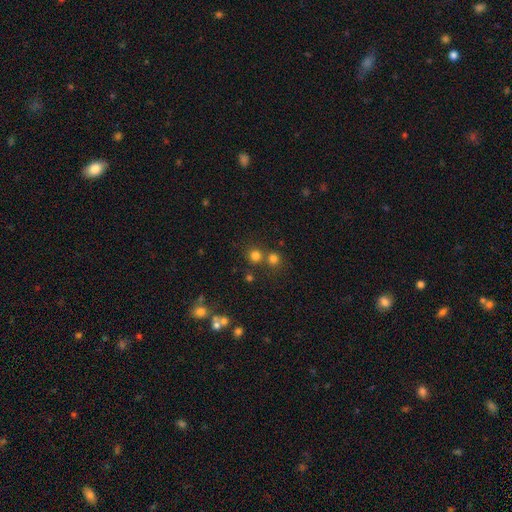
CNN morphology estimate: A smooth galaxy with no disk features (74%) that is round (91%). Merging: none (66%).